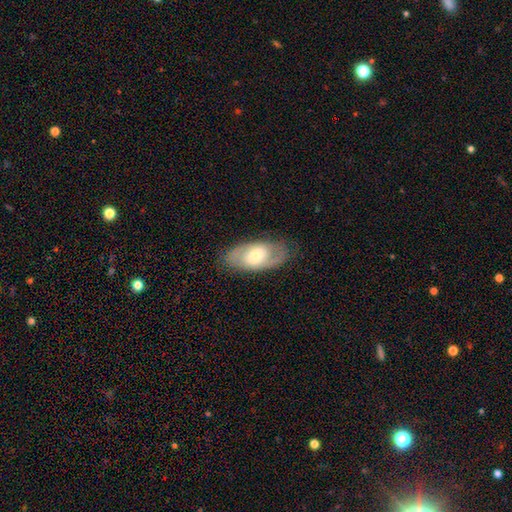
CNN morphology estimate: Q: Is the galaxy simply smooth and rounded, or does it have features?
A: featured or disk — 57%.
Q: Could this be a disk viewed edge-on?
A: no — 91%.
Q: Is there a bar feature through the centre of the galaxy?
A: weak — 43%.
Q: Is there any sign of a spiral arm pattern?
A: yes — 71%.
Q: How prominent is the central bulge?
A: moderate — 53%.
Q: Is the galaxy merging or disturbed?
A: none — 78%.